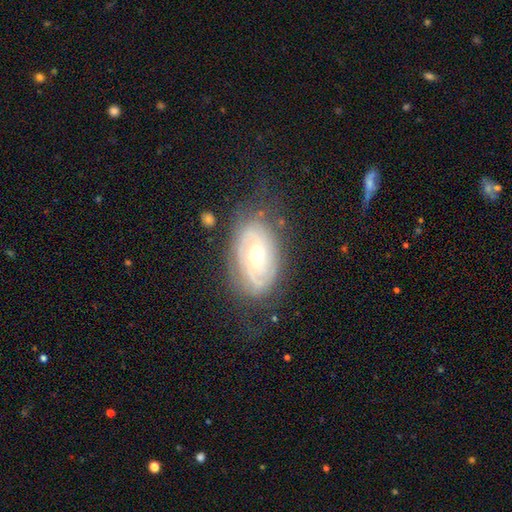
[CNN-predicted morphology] Overall: featured or disk (79%). Edge-on disk: no (95%). Bar: no (66%; weak 27%). Spiral arms: yes (86%). Spiral arm count: 2 (39%; can't tell 38%). Spiral winding: tight (68%). Bulge size: moderate (62%; small 32%). Merging: none (68%).